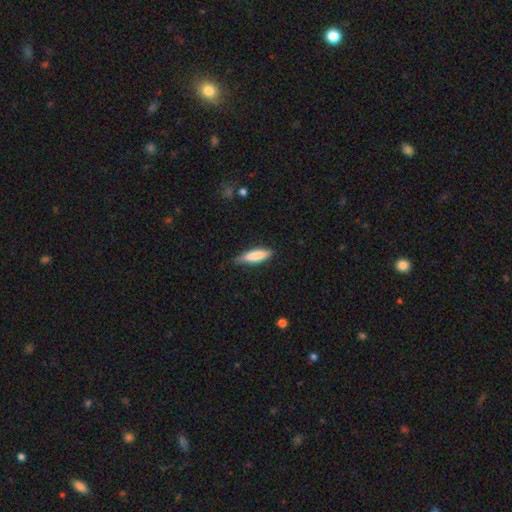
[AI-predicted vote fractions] A smooth galaxy with no disk features (80%) that is cigar-shaped (63%). Merging: none (73%).